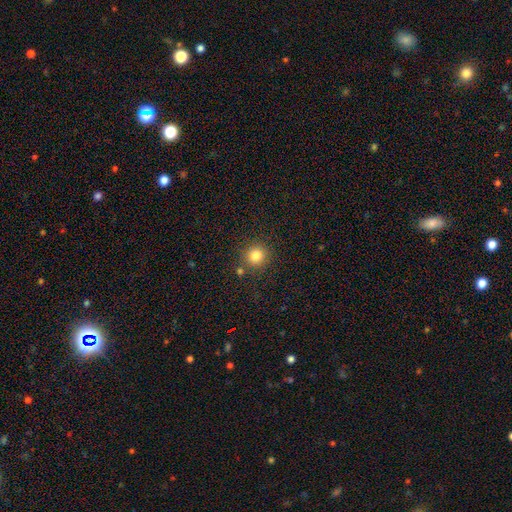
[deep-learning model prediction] Q: Smooth or featured?
A: smooth (83%); runner-up: star or artifact (12%)
Q: How rounded?
A: round (93%); runner-up: in between (6%)
Q: Merging?
A: none (84%); runner-up: minor disturbance (8%)